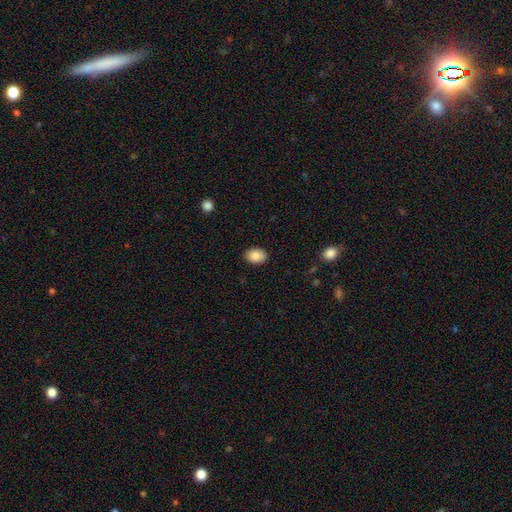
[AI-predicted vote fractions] smooth 89%, star or artifact 8%, featured or disk 4%. Down the decision tree: how rounded — in between (78%); merging — none (87%).